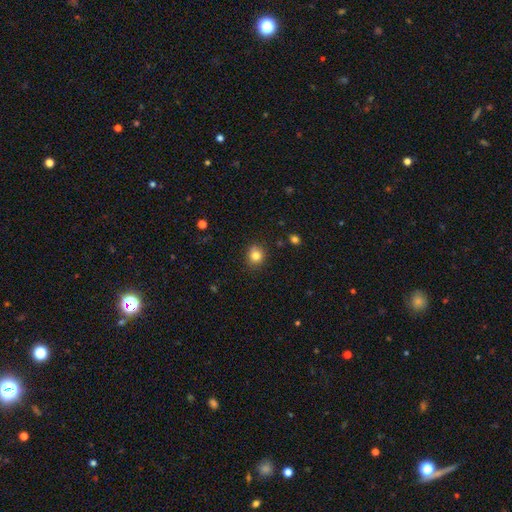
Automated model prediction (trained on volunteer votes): This appears to be a smooth galaxy with no disk features (81%) that is round (79%). Merging: none (83%).